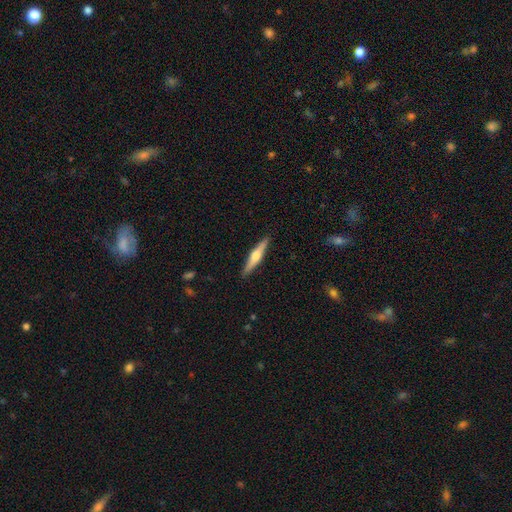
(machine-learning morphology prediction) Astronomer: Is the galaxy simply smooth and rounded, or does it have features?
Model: featured or disk — 64%.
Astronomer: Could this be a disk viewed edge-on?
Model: yes — 98%.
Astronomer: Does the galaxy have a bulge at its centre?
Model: rounded — 92%.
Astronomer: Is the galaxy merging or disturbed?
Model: none — 91%.